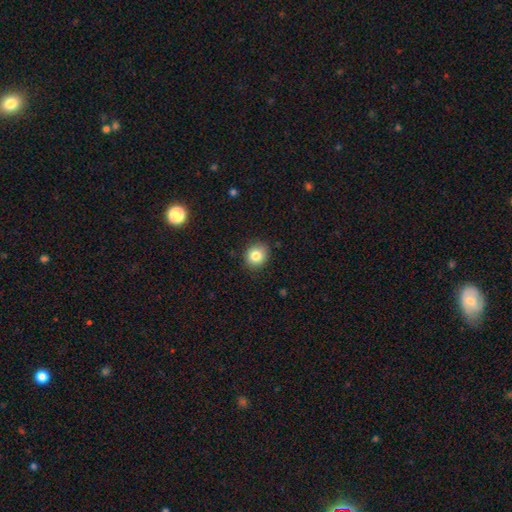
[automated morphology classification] Smooth or featured?
  - smooth: 83% *
  - star or artifact: 10%
  - featured or disk: 7%
How rounded?
  - round: 80% *
  - in between: 19%
  - cigar-shaped: 1%
Merging?
  - none: 87% *
  - minor disturbance: 9%
  - major disturbance: 2%
  - merger: 1%